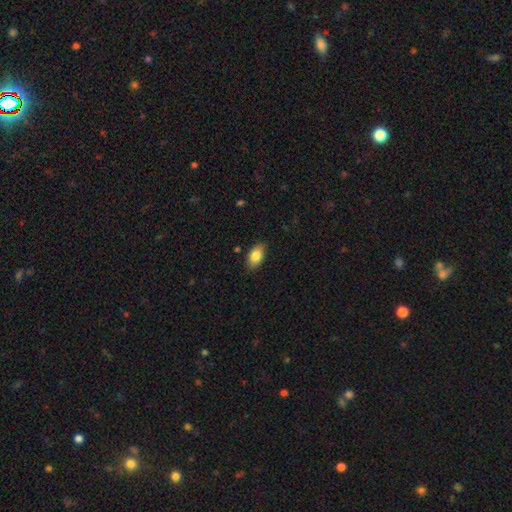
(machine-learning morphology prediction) Overall: smooth (84%). How rounded: in between (90%). Merging: none (82%).